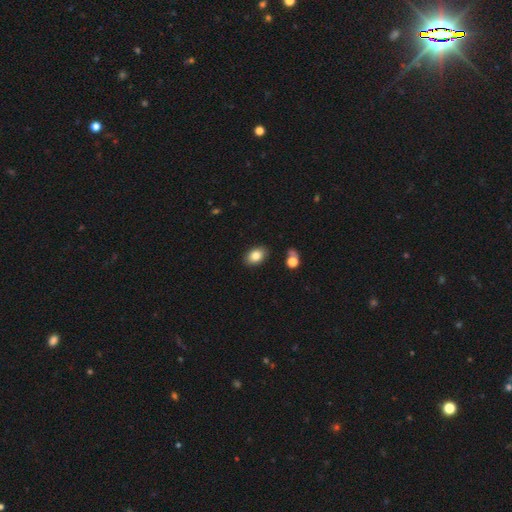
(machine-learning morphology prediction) smooth-or-featured: smooth: 82% | featured or disk: 10% | star or artifact: 9%
  how-rounded: in between: 82% | round: 17% | cigar-shaped: 1%
  merging: none: 85% | minor disturbance: 10% | merger: 3% | major disturbance: 2%